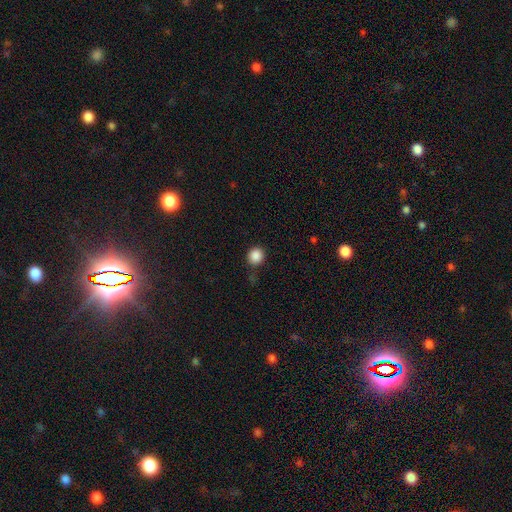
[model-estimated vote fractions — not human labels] Overall: smooth (87%). How rounded: round (90%). Merging: none (83%).